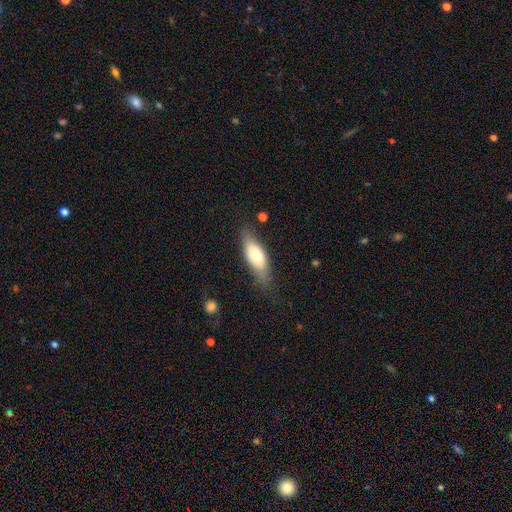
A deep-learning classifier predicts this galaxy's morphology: Smooth or featured: smooth — 64% (featured or disk — 30%)
How rounded: in between — 74% (cigar-shaped — 23%)
Merging: none — 70% (minor disturbance — 22%)